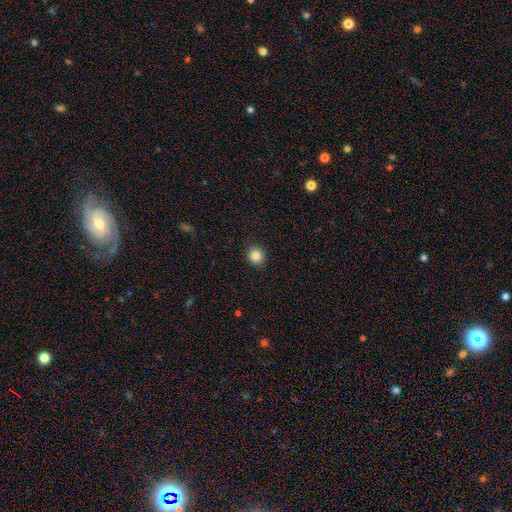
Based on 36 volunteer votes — Overall: smooth (92%). How rounded: round (85%). Merging: none (92%).